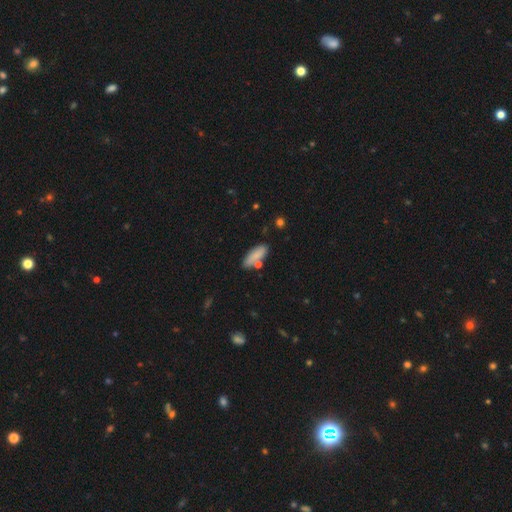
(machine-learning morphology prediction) smooth 81%, featured or disk 11%, star or artifact 7%. Down the decision tree: how rounded — in between (66%); merging — none (71%).